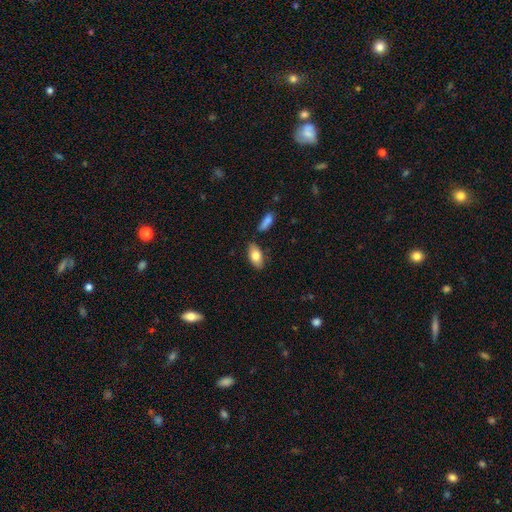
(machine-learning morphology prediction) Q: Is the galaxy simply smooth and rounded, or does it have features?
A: smooth — 78%.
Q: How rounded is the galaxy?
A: in between — 91%.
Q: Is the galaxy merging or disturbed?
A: none — 81%.